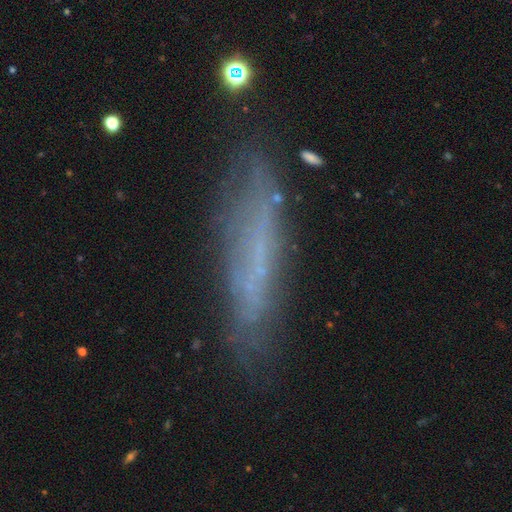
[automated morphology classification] Smooth or featured?
  - featured or disk: 46% *
  - smooth: 42%
  - star or artifact: 12%
Merging?
  - none: 73% *
  - minor disturbance: 18%
  - major disturbance: 6%
  - merger: 2%